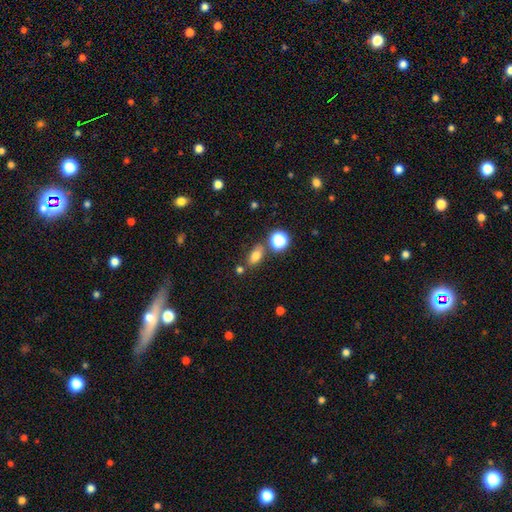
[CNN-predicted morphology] A smooth galaxy with no disk features (76%) that is in between round and cigar-shaped (77%). Merging: none (73%).